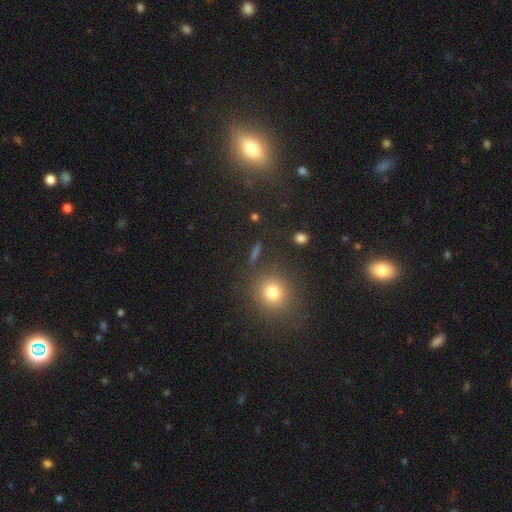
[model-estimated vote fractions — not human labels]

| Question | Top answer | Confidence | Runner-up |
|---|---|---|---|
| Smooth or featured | smooth | 59% | star or artifact (31%) |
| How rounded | round | 80% | in between (18%) |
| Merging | none | 83% | minor disturbance (9%) |